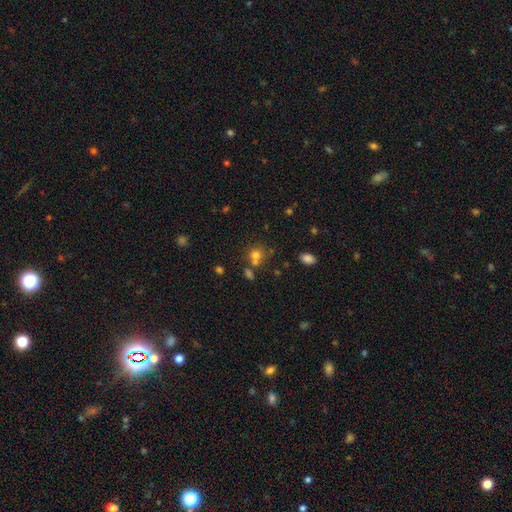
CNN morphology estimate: Overall: smooth (71%). How rounded: round (78%). Merging: none (51%; merger 34%).